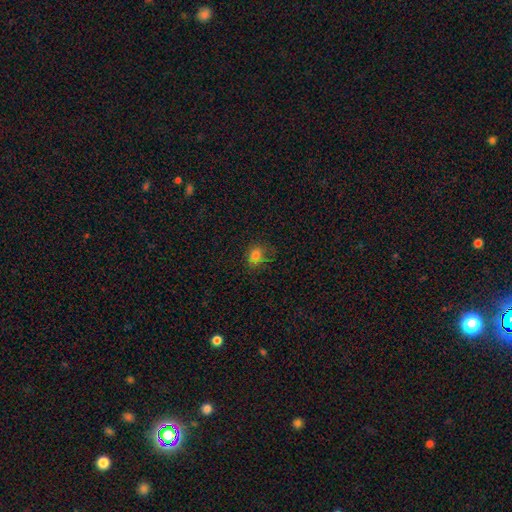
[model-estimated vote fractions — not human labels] This appears to be a smooth galaxy with no disk features (79%) that is round (52%). Merging: none (69%).